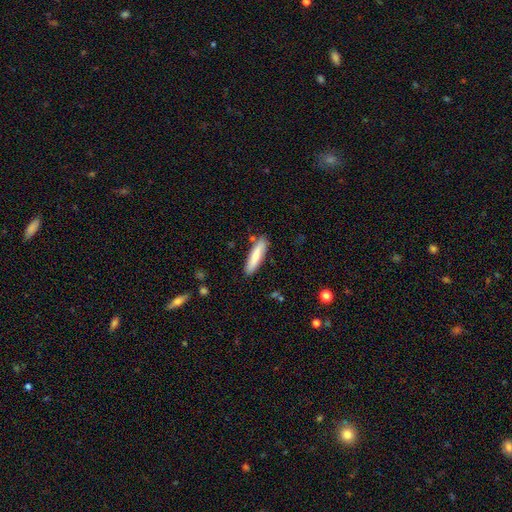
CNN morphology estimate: A smooth galaxy with no disk features (75%) that is cigar-shaped (77%).

Vote fractions:
- Smooth or featured? smooth: 75% / featured or disk: 19% / star or artifact: 6%
- How rounded? cigar-shaped: 77% / in between: 22% / round: 1%
- Merging? none: 84% / minor disturbance: 11% / merger: 2% / major disturbance: 2%